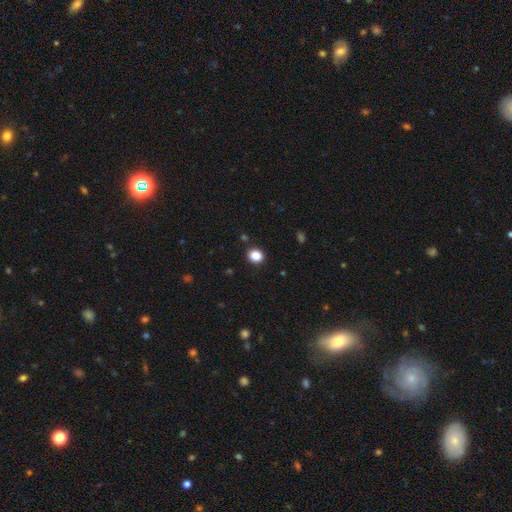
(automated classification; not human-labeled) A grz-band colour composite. It shows a smooth galaxy with no disk features (87%) that is round (69%). Merging: none (89%).